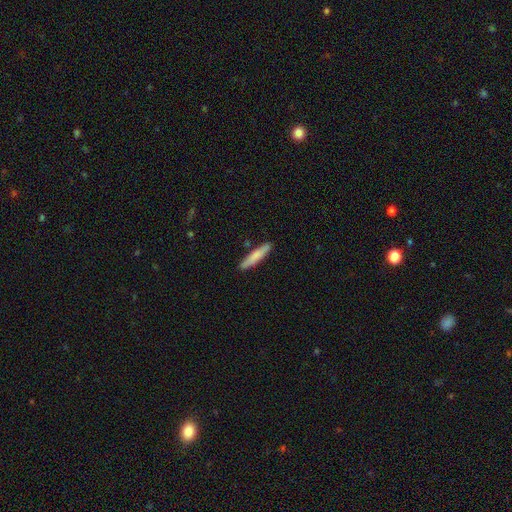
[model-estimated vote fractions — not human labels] The model was most divided on "smooth or featured": smooth: 78%, featured or disk: 17%, star or artifact: 5%. More confident: how rounded — cigar-shaped (89%); merging — none (87%).